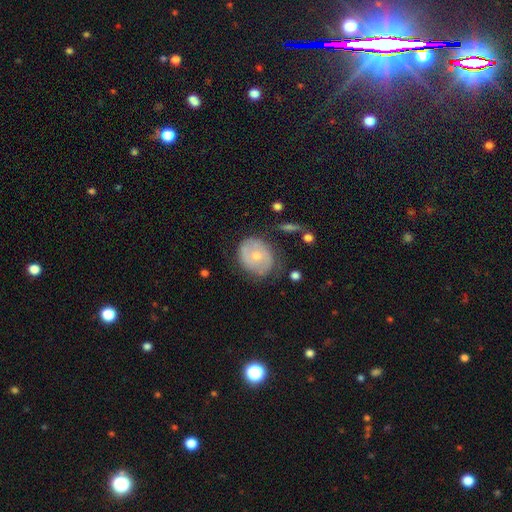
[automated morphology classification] type=featured or disk (58%); edge-on=no (96%); bar=no (74%); spiral arms=yes (69%); bulge=small (49%); merging=none (64%).